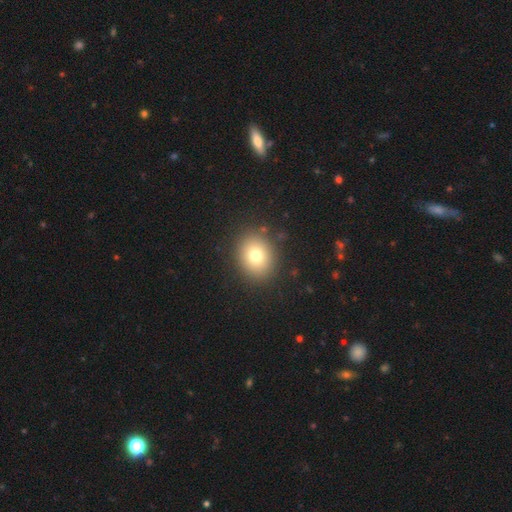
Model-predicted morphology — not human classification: smooth 76%, star or artifact 13%, featured or disk 11%. Down the decision tree: how rounded — round (65%); merging — none (88%).